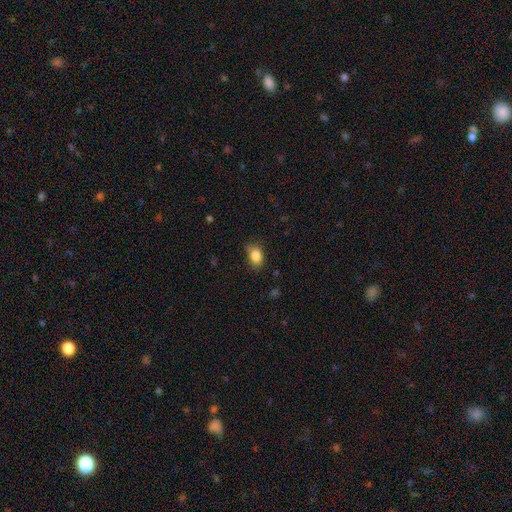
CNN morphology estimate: This is clearly a smooth galaxy (85%). How rounded: likely in between (80%). Merging: likely none (71%).